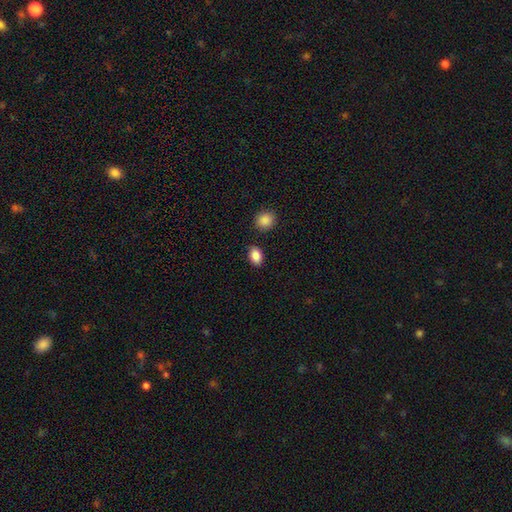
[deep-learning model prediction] Overall: smooth (88%). How rounded: in between (81%). Merging: none (83%).